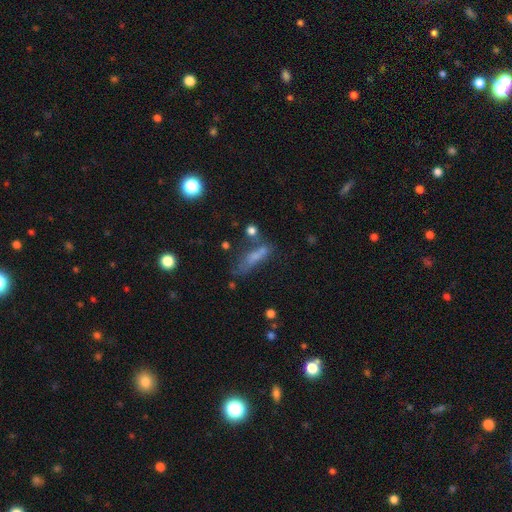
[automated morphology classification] A smooth galaxy with no disk features (58%) that is cigar-shaped (54%).

Vote fractions:
- Smooth or featured? smooth: 58% / featured or disk: 25% / star or artifact: 17%
- How rounded? cigar-shaped: 54% / in between: 41% / round: 6%
- Merging? none: 36% / major disturbance: 24% / minor disturbance: 23% / merger: 17%